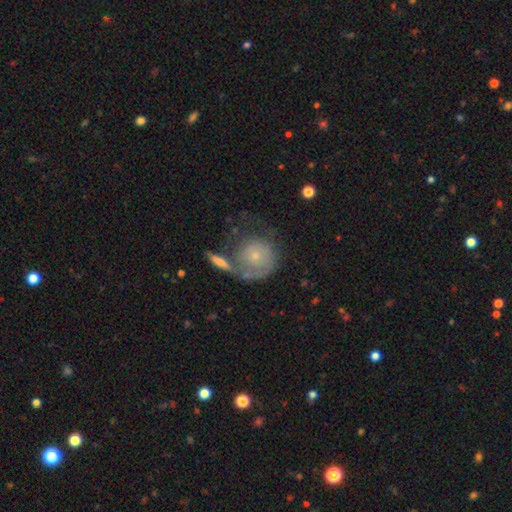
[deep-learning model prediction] This is possibly a smooth galaxy (47%). Merging: marginally none (36%).